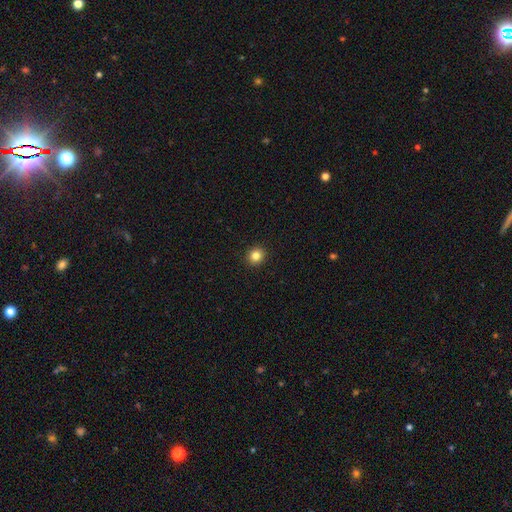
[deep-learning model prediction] The model was most divided on "how rounded": round: 85%, in between: 14%, cigar-shaped: 1%. More confident: merging — none (93%); smooth or featured — smooth (84%).